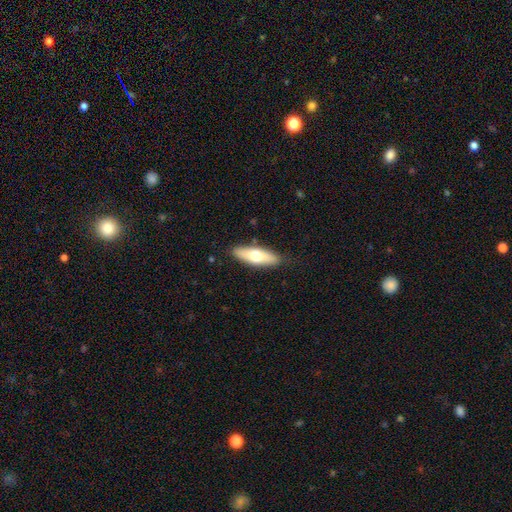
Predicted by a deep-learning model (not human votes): This is likely a smooth galaxy (61%). How rounded: possibly in between (58%). Merging: clearly none (84%).